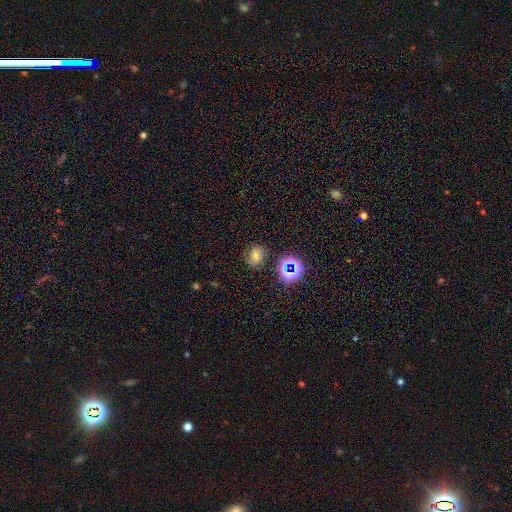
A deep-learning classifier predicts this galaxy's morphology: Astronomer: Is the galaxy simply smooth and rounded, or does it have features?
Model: smooth — 58%.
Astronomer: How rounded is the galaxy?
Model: round — 58% (runner-up: in between, 41%).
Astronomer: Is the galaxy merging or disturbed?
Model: none — 76%.